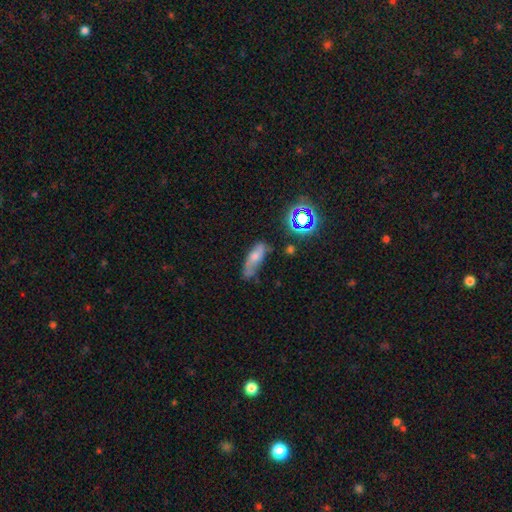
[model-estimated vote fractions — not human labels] smooth 54%, featured or disk 31%, star or artifact 15%. Down the decision tree: how rounded — in between (63%); merging — none (45%).